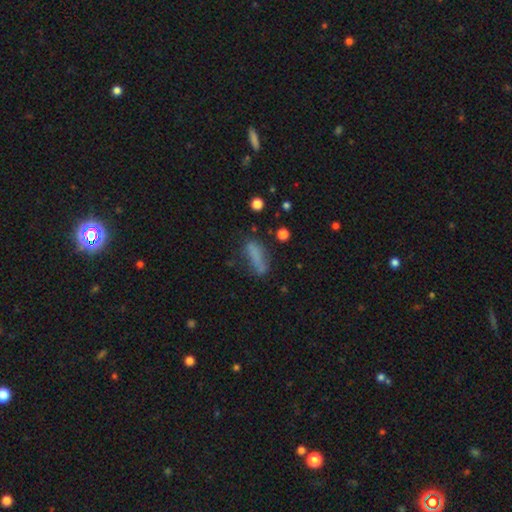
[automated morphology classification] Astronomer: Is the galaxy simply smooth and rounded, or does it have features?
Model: smooth — 72%.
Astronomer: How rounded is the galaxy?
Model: cigar-shaped — 55% (runner-up: in between, 42%).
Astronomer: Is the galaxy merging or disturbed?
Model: none — 55%.